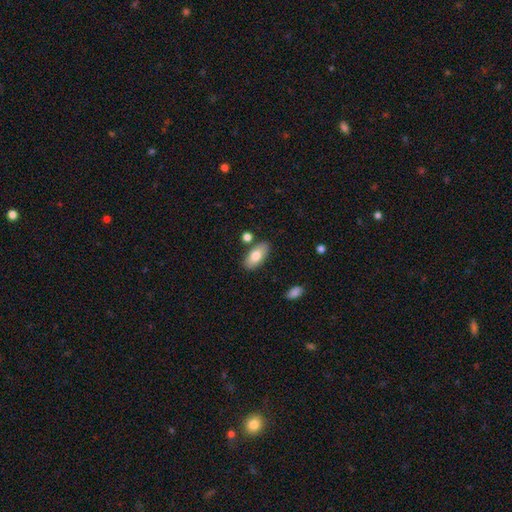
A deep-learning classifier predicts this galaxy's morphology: A smooth galaxy with no disk features (77%) that is in between round and cigar-shaped (90%). Merging: none (81%).